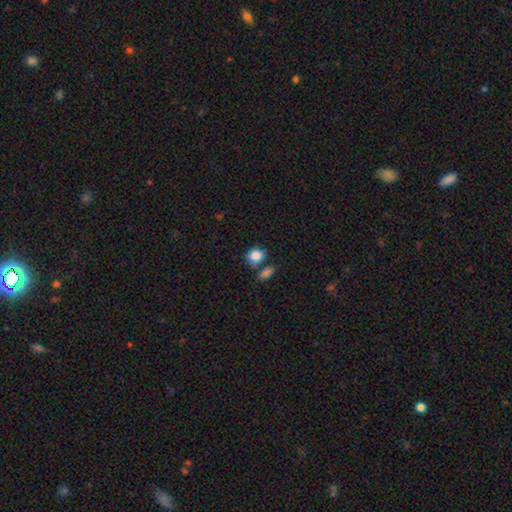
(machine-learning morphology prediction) smooth_or_featured: smooth (p=0.85) [alt: star or artifact p=0.09]
how_rounded: round (p=0.54) [alt: in between p=0.45]
merging: none (p=0.58) [alt: merger p=0.22]